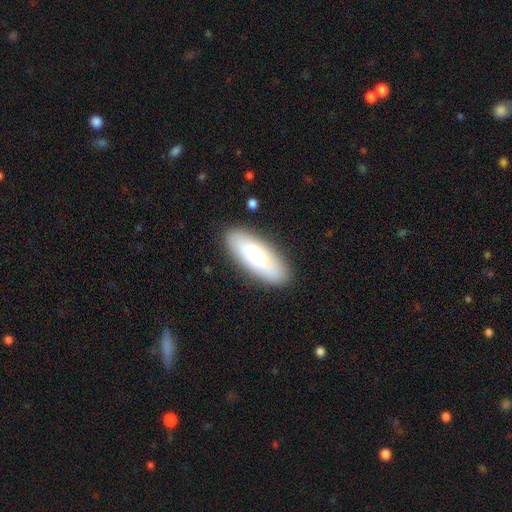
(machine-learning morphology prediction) Smooth or featured? Predicted: smooth (p=0.67). How rounded? Predicted: in between (p=0.72). Merging? Predicted: none (p=0.86).